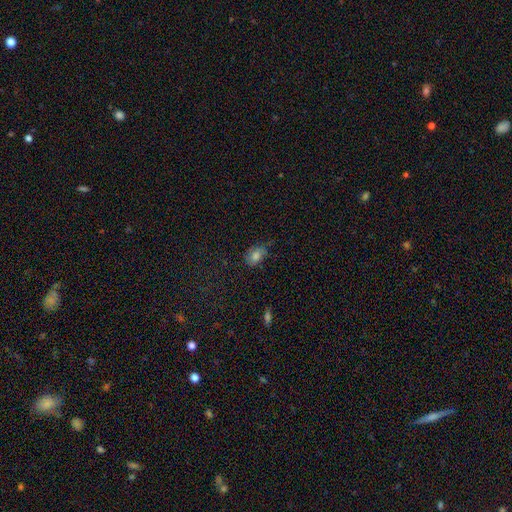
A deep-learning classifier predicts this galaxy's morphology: Overall: smooth (74%). How rounded: in between (76%). Merging: none (63%; minor disturbance 28%).